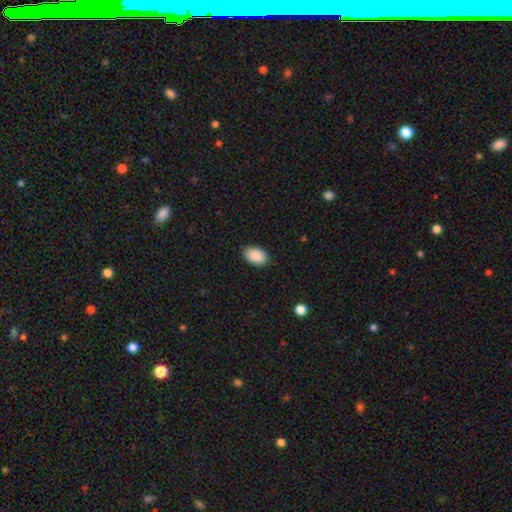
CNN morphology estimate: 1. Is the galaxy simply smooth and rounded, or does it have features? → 90% smooth, 7% star or artifact, 3% featured or disk.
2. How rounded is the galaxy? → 88% in between, 11% round, 1% cigar-shaped.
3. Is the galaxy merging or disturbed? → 84% none, 13% minor disturbance, 2% major disturbance, 1% merger.